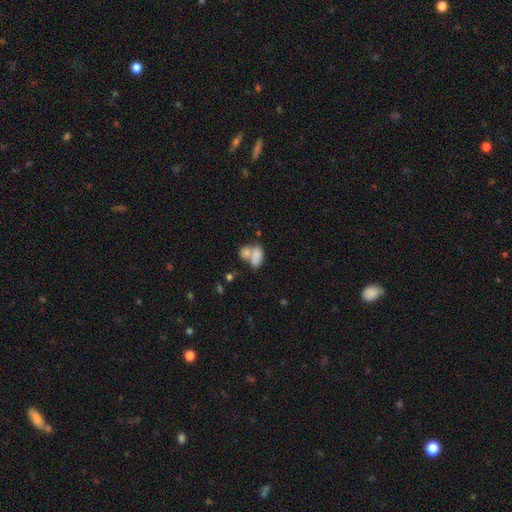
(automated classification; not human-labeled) Smooth or featured? Predicted: smooth (p=0.76). How rounded? Predicted: in between (p=0.83). Merging? Predicted: merger (p=0.63).